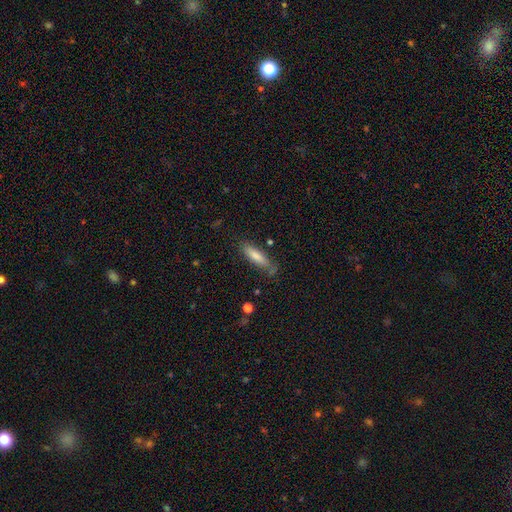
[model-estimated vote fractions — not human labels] This appears to be a smooth galaxy with no disk features (71%) that is cigar-shaped (71%). Merging: none (73%).